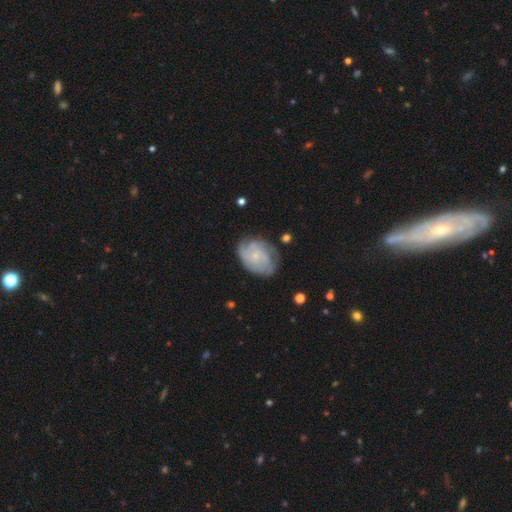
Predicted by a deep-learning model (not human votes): A featured or disk galaxy (70%) with no bar (76%), tight (56%) spiral arms (90%) and a small central bulge (75%). Merging: none (68%).